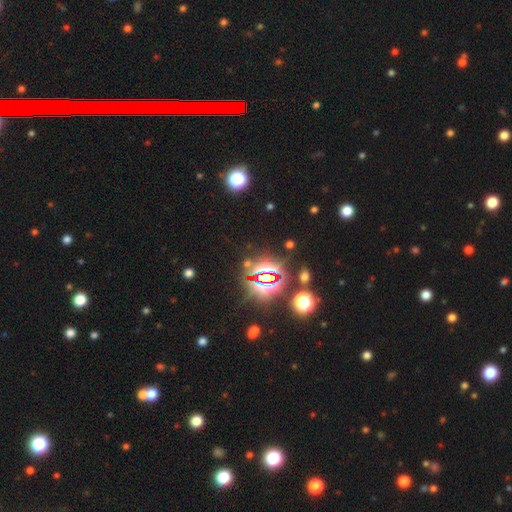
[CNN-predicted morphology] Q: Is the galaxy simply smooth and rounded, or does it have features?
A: star or artifact — 77%.